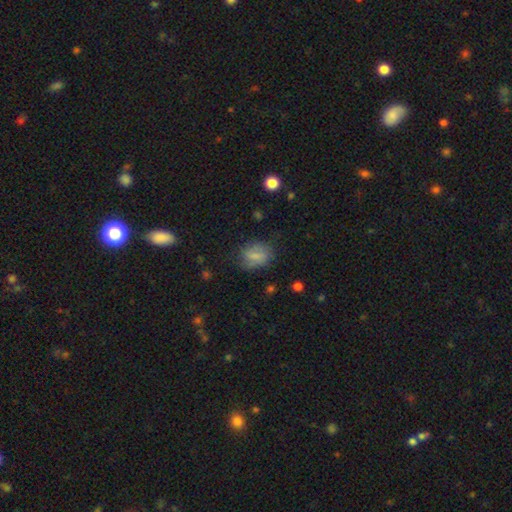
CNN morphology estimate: Q: Smooth or featured?
A: smooth (70%); runner-up: featured or disk (20%)
Q: How rounded?
A: in between (65%); runner-up: round (33%)
Q: Merging?
A: none (63%); runner-up: minor disturbance (25%)